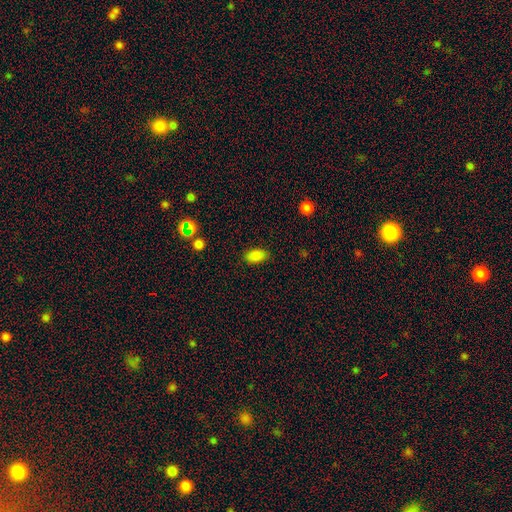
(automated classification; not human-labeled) Smooth or featured? smooth (86%)
How rounded? in between (91%)
Merging? none (85%)